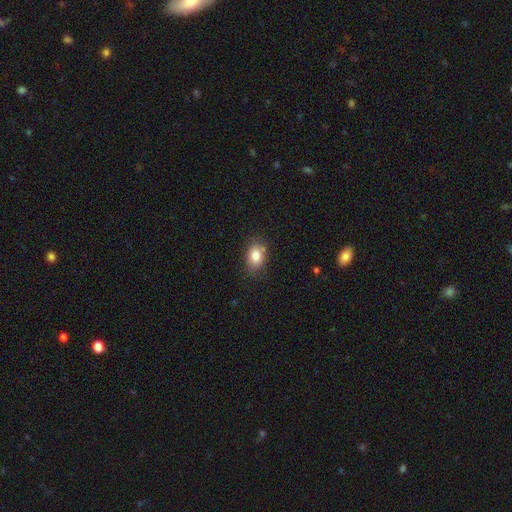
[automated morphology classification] Smooth or featured?
  - smooth: 82% *
  - star or artifact: 9%
  - featured or disk: 9%
How rounded?
  - in between: 74% *
  - round: 25%
  - cigar-shaped: 1%
Merging?
  - none: 78% *
  - minor disturbance: 16%
  - major disturbance: 3%
  - merger: 3%